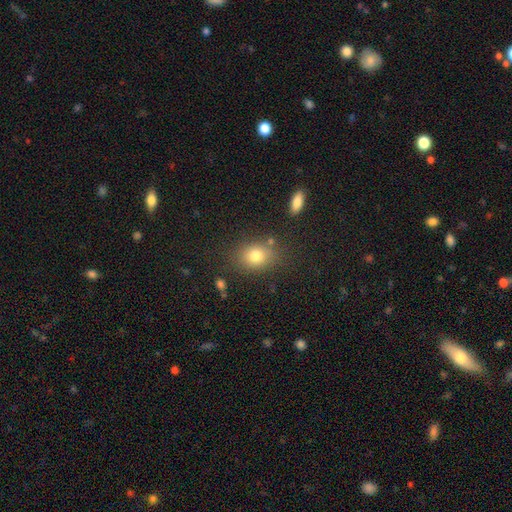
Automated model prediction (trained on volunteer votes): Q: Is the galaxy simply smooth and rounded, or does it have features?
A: smooth — 79%.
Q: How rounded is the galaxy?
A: in between — 58%.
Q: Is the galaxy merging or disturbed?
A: none — 78%.